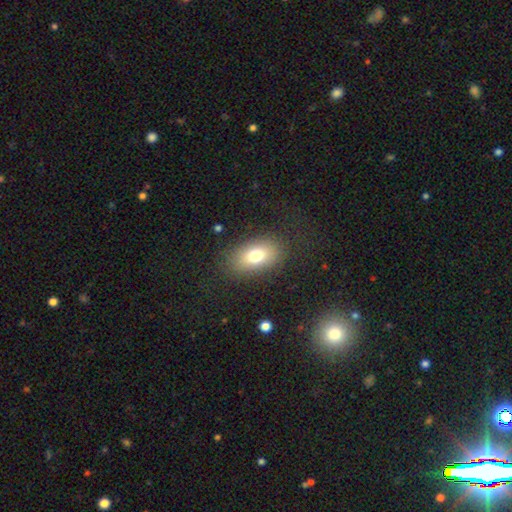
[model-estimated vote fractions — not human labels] Smooth or featured? Predicted: smooth (p=0.75). How rounded? Predicted: in between (p=0.85). Merging? Predicted: none (p=0.82).